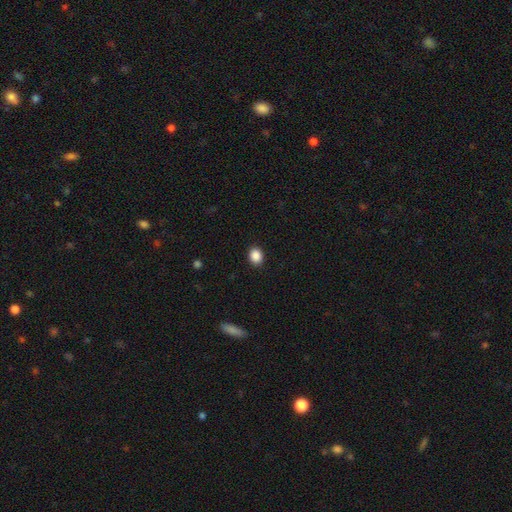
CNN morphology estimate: Smooth or featured?
  - smooth: 88% *
  - star or artifact: 9%
  - featured or disk: 3%
How rounded?
  - round: 56% *
  - in between: 43%
  - cigar-shaped: 1%
Merging?
  - none: 90% *
  - minor disturbance: 7%
  - major disturbance: 2%
  - merger: 1%